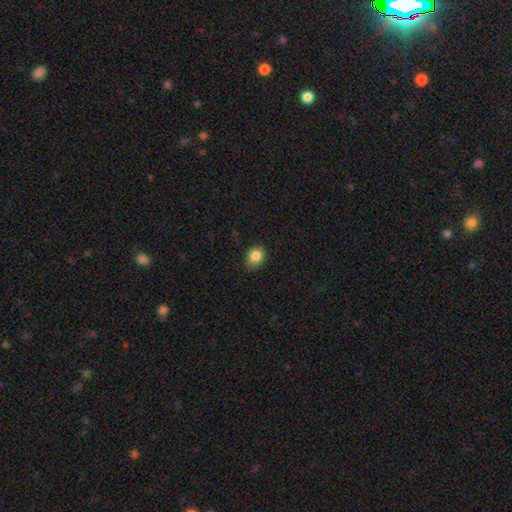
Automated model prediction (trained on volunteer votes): The model was most divided on "how rounded": round: 53%, in between: 46%, cigar-shaped: 1%. More confident: smooth or featured — smooth (85%); merging — none (79%).